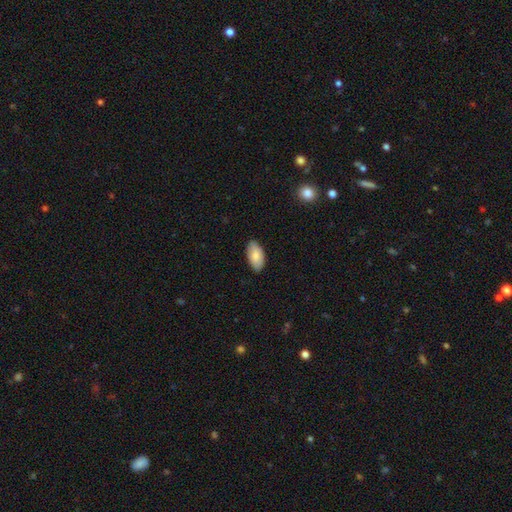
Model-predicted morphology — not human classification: type=smooth (82%); roundness=in between (95%); merging=none (82%).